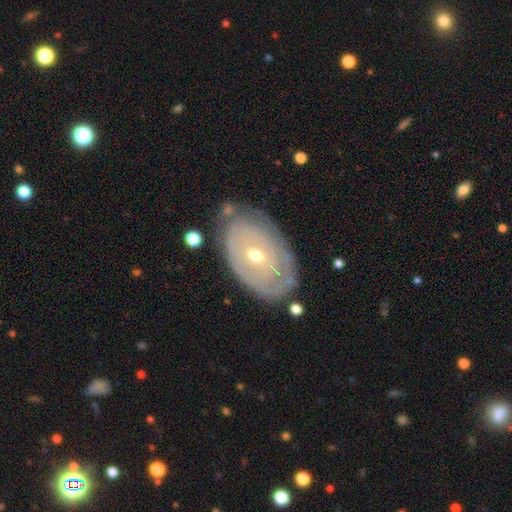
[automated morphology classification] smooth-or-featured: featured or disk: 71% | smooth: 23% | star or artifact: 6%
  disk-edge-on: no: 93% | yes: 7%
    bar: no: 73% | weak: 21% | strong: 6%
    has-spiral-arms: yes: 57% | no: 43%
    bulge-size: small: 49% | moderate: 48% | large: 2% | none: 1% | dominant: 1%
  merging: none: 69% | minor disturbance: 21% | major disturbance: 7% | merger: 3%